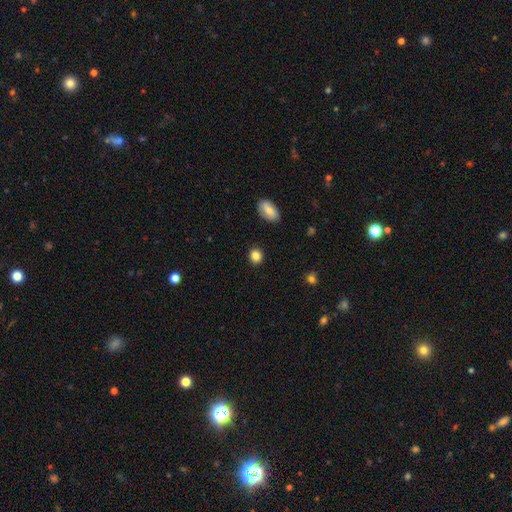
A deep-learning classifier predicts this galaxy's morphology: Smooth or featured? smooth (85%)
How rounded? round (77%)
Merging? none (89%)